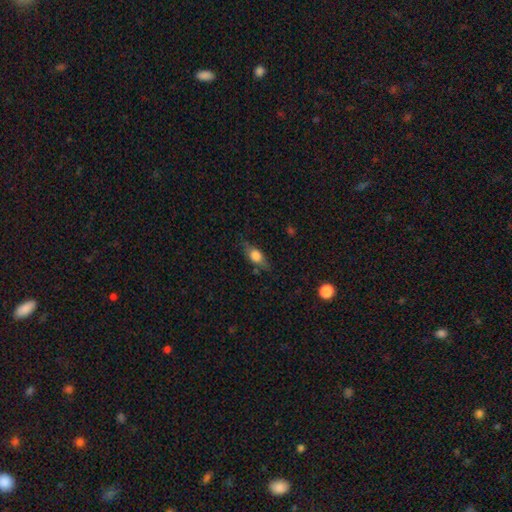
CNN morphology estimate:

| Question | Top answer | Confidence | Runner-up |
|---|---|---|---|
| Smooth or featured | smooth | 67% | featured or disk (25%) |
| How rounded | in between | 73% | cigar-shaped (17%) |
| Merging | none | 71% | minor disturbance (21%) |